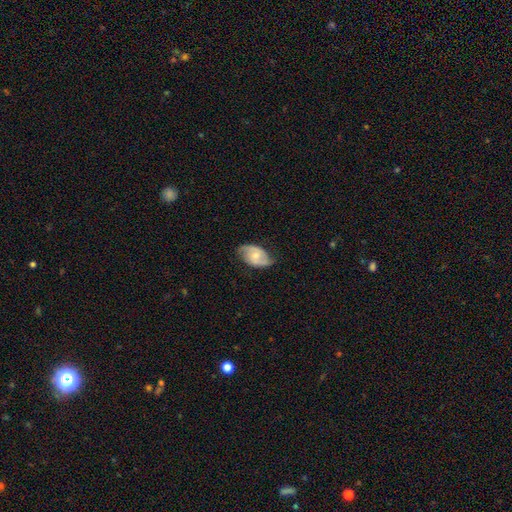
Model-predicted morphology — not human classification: Smooth or featured? Predicted: featured or disk (p=0.71). Edge-on disk? Predicted: no (p=0.96). Bar? Predicted: no (p=0.61). Spiral arms? Predicted: yes (p=0.92). Spiral winding? Predicted: medium (p=0.47). Spiral arm count? Predicted: 2 (p=0.88). Bulge size? Predicted: moderate (p=0.48). Merging? Predicted: none (p=0.74).